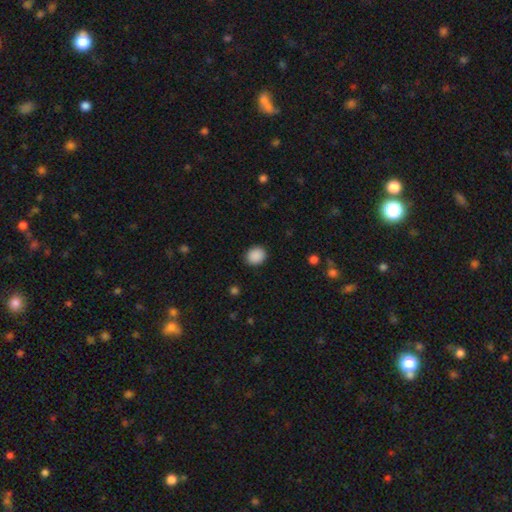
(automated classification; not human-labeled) smooth 89%, star or artifact 8%, featured or disk 2%. Down the decision tree: how rounded — round (71%); merging — none (90%).